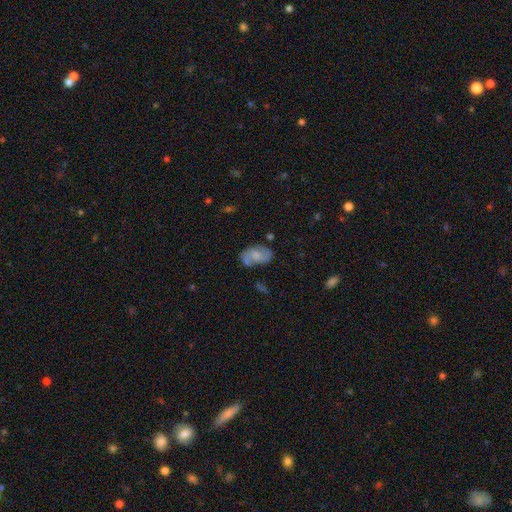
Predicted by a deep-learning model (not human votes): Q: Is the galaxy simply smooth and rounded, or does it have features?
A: featured or disk — 48%.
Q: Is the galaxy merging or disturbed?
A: none — 62%.